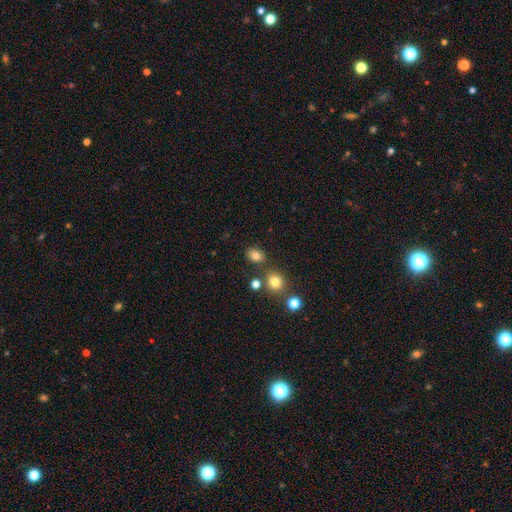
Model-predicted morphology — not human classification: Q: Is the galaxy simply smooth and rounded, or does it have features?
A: smooth — 79%.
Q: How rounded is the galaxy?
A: round — 50%.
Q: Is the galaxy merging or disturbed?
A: none — 78%.